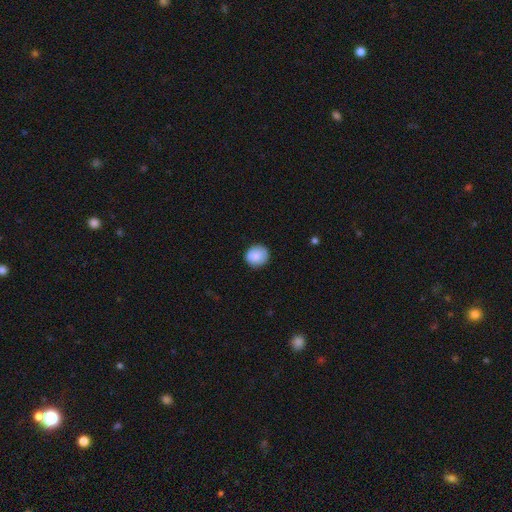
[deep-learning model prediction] Smooth or featured? Predicted: smooth (p=0.85). How rounded? Predicted: round (p=0.88). Merging? Predicted: none (p=0.86).